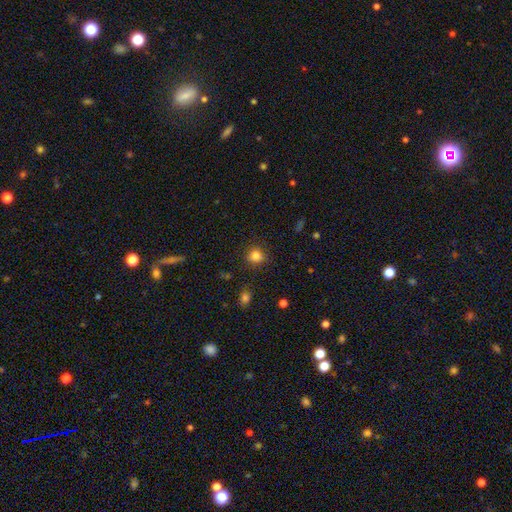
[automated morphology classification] This appears to be a smooth galaxy with no disk features (83%) that is round (84%). Merging: none (86%).